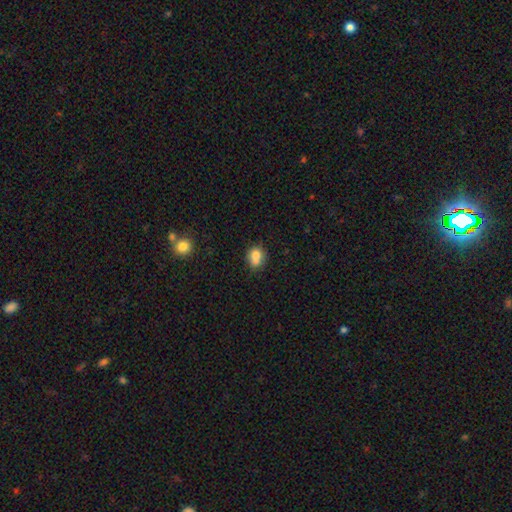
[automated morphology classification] smooth 76%, featured or disk 13%, star or artifact 11%. Down the decision tree: how rounded — round (58%); merging — none (46%).